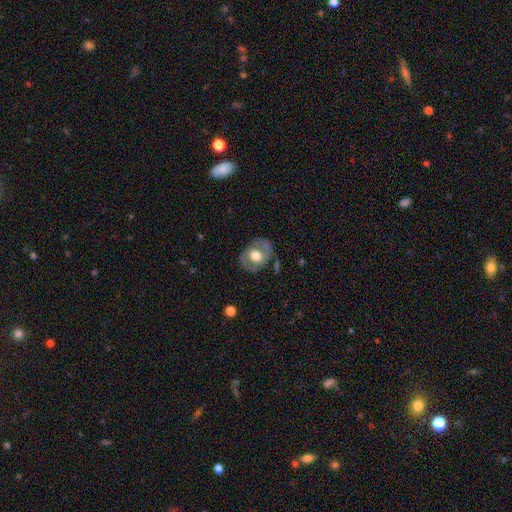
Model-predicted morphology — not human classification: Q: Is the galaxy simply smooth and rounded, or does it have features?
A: featured or disk — 57%.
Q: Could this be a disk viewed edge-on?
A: no — 94%.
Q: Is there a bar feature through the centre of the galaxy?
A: no — 74%.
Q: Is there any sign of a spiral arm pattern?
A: no — 62%.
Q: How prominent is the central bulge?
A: moderate — 51%.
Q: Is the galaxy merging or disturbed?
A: none — 76%.